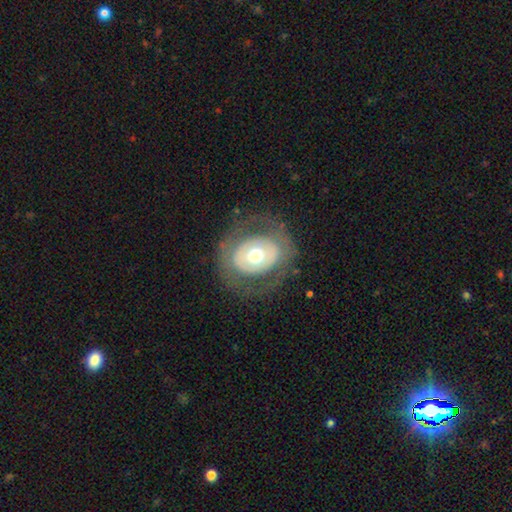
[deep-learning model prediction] smooth-or-featured: featured or disk: 53% | smooth: 41% | star or artifact: 7%
  disk-edge-on: no: 95% | yes: 5%
  merging: none: 76% | minor disturbance: 12% | major disturbance: 11% | merger: 1%